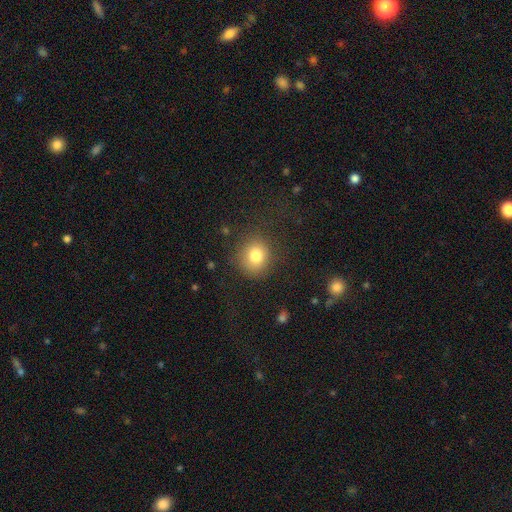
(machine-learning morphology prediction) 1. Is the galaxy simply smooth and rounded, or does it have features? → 80% smooth, 12% star or artifact, 8% featured or disk.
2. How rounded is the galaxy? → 83% round, 16% in between, 1% cigar-shaped.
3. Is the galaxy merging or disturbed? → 82% none, 11% minor disturbance, 6% major disturbance, 1% merger.